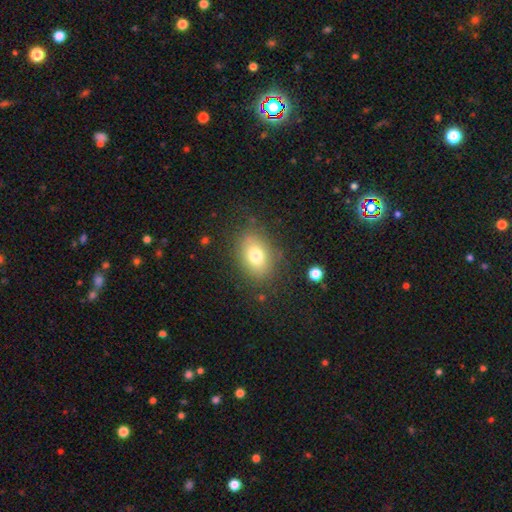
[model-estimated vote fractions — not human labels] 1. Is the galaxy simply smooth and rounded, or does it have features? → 75% smooth, 14% featured or disk, 11% star or artifact.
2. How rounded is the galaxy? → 74% in between, 25% round, 1% cigar-shaped.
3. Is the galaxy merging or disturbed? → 80% none, 13% minor disturbance, 6% major disturbance, 2% merger.